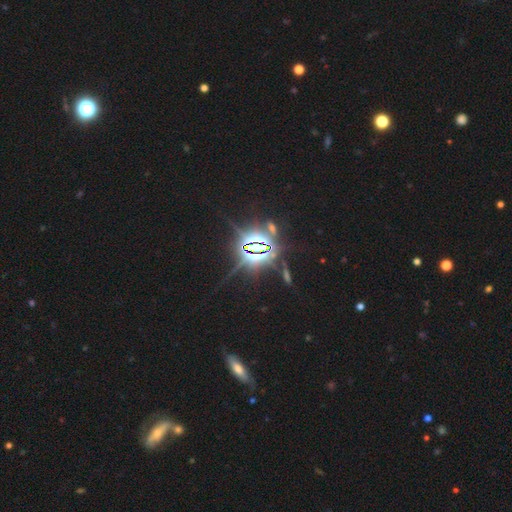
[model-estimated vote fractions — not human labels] Morphology: type=star or artifact (86%).